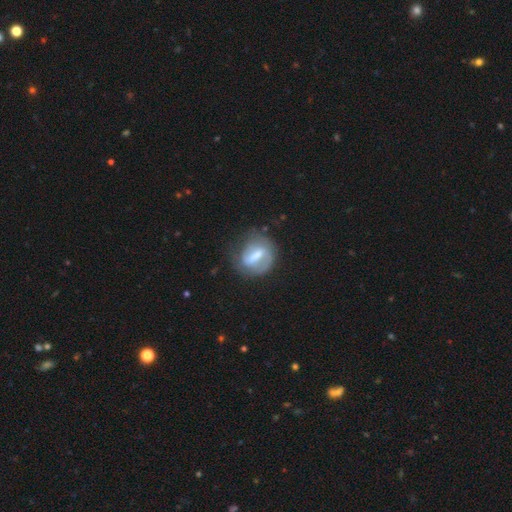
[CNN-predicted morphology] Smooth or featured? featured or disk (60%)
Edge-on disk? no (94%)
Bar? strong (55%)
Spiral arms? yes (62%)
Bulge size? moderate (40%)
Merging? none (60%)